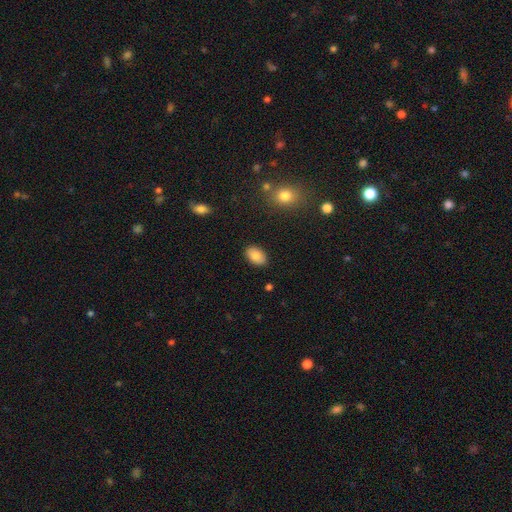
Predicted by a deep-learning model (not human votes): Morphology: type=smooth (83%); roundness=in between (89%); merging=none (88%).